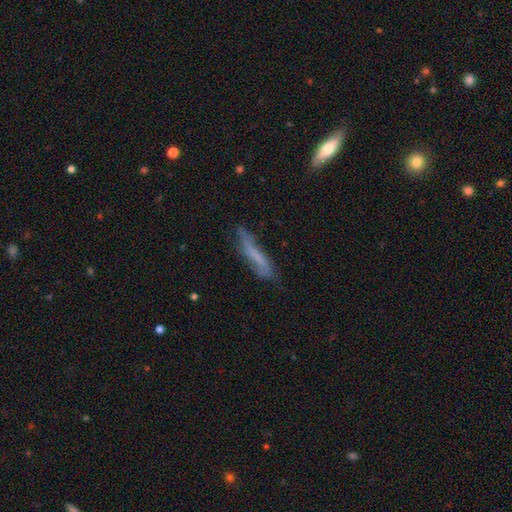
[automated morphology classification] type=smooth (49%); merging=none (63%).